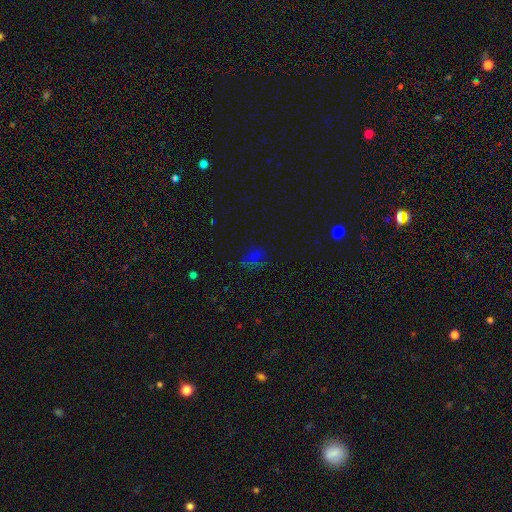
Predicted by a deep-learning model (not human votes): smooth_or_featured: smooth (p=0.45) [alt: star or artifact p=0.43]
merging: none (p=0.63) [alt: minor disturbance p=0.19]